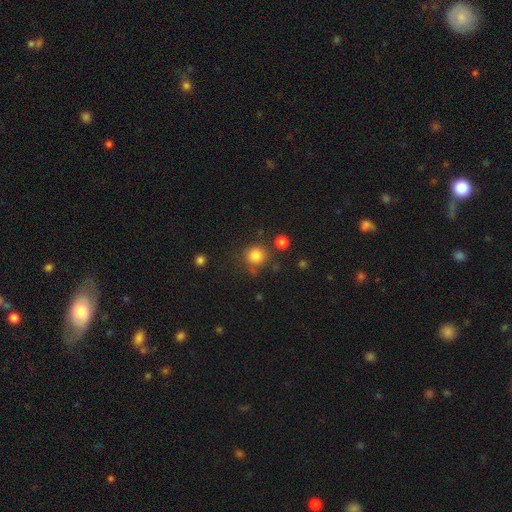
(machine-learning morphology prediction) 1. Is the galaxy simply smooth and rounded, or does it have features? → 83% smooth, 12% star or artifact, 5% featured or disk.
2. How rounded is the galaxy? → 91% round, 8% in between, 1% cigar-shaped.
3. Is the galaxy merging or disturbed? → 77% none, 11% minor disturbance, 8% merger, 4% major disturbance.